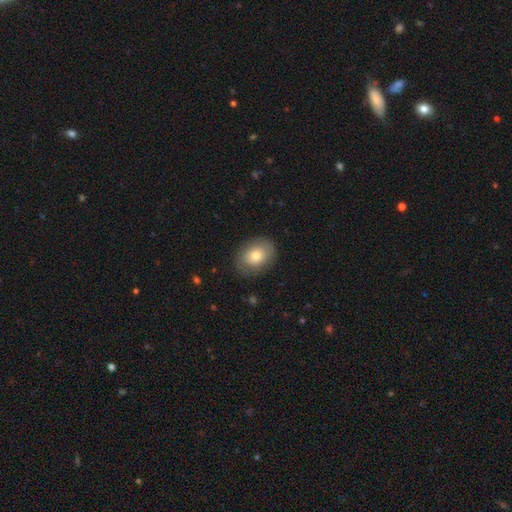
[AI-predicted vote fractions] Morphology: type=smooth (77%); roundness=in between (70%); merging=none (84%).